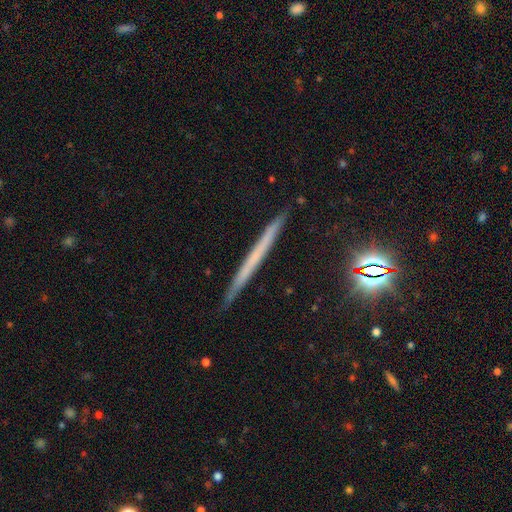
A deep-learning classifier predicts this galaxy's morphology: Q: Smooth or featured?
A: featured or disk (49%); runner-up: smooth (38%)
Q: Merging?
A: none (90%); runner-up: minor disturbance (7%)